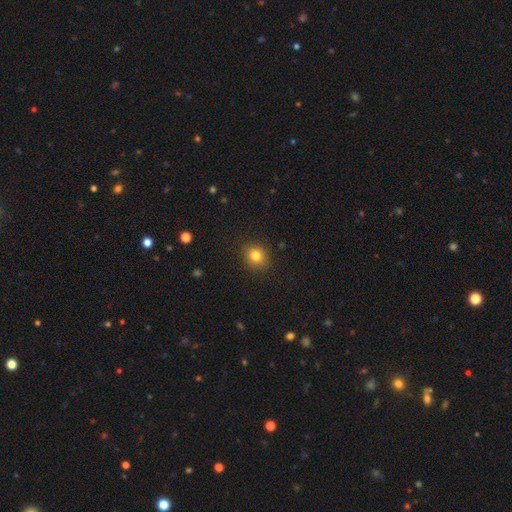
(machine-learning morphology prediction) Q: Smooth or featured?
A: smooth (82%); runner-up: star or artifact (11%)
Q: How rounded?
A: round (78%); runner-up: in between (21%)
Q: Merging?
A: none (89%); runner-up: minor disturbance (8%)